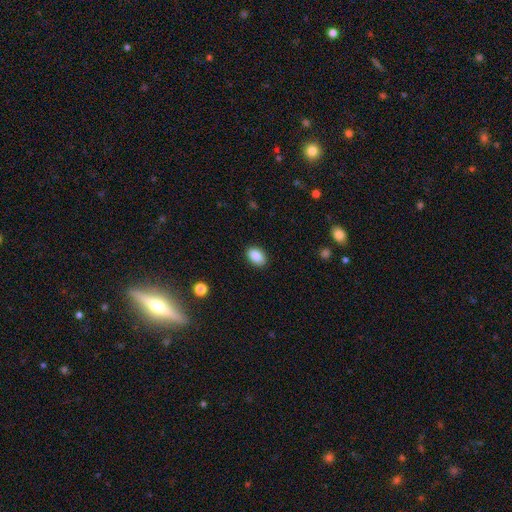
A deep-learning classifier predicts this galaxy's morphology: This is clearly a smooth galaxy (87%). How rounded: clearly in between (86%). Merging: clearly none (88%).